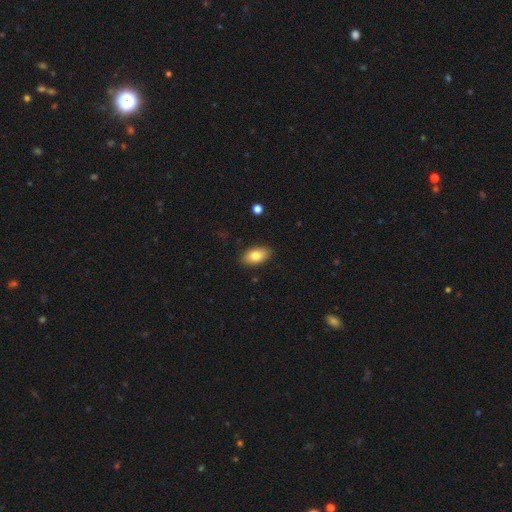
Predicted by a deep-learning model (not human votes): The model was most divided on "smooth or featured": smooth: 82%, featured or disk: 11%, star or artifact: 7%. More confident: how rounded — in between (92%); merging — none (87%).